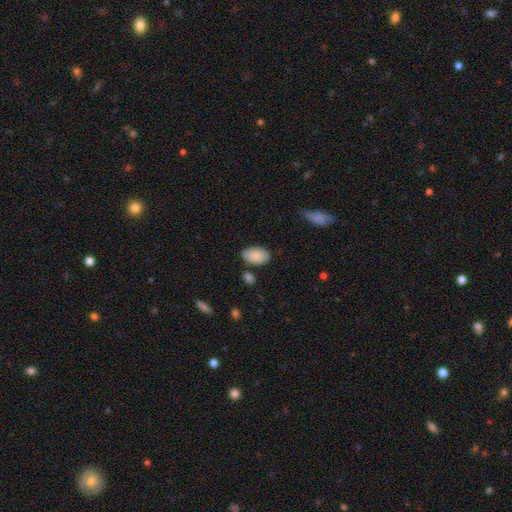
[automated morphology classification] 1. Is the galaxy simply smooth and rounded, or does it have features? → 87% smooth, 7% featured or disk, 6% star or artifact.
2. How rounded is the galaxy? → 94% in between, 5% round, 1% cigar-shaped.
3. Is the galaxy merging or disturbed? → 78% none, 14% minor disturbance, 5% merger, 3% major disturbance.